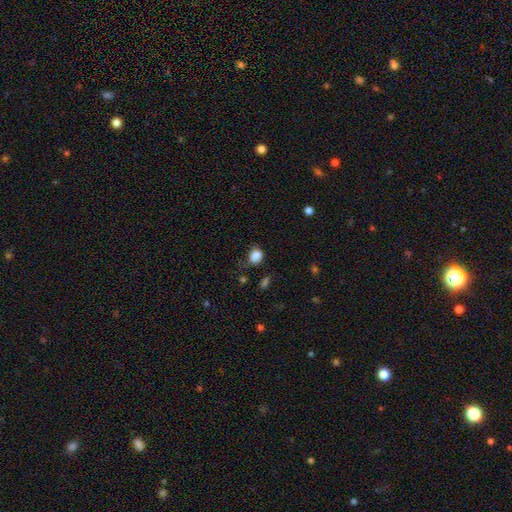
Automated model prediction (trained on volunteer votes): A smooth galaxy with no disk features (85%) that is round (52%). Merging: none (57%).